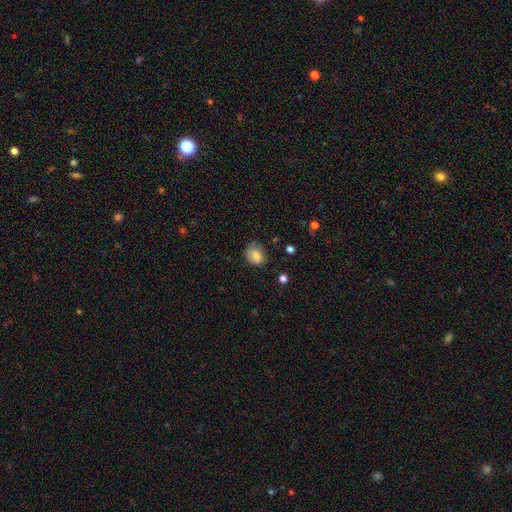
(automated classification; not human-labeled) smooth-or-featured: smooth: 76% | featured or disk: 14% | star or artifact: 10%
  how-rounded: round: 52% | in between: 47% | cigar-shaped: 1%
  merging: none: 64% | minor disturbance: 26% | major disturbance: 8% | merger: 2%